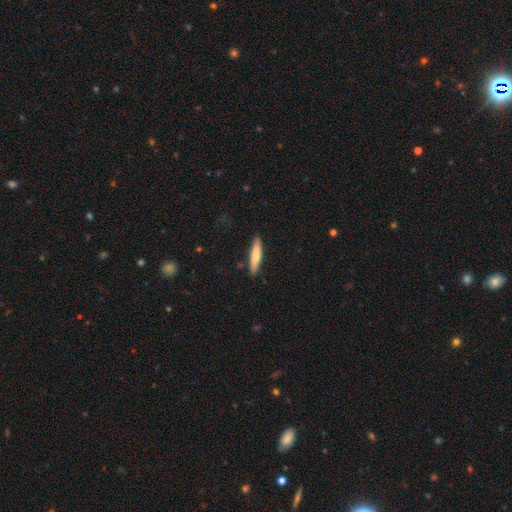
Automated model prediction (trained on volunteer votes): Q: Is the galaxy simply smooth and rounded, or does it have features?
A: smooth — 71%.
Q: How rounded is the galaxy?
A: cigar-shaped — 83%.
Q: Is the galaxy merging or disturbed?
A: none — 88%.